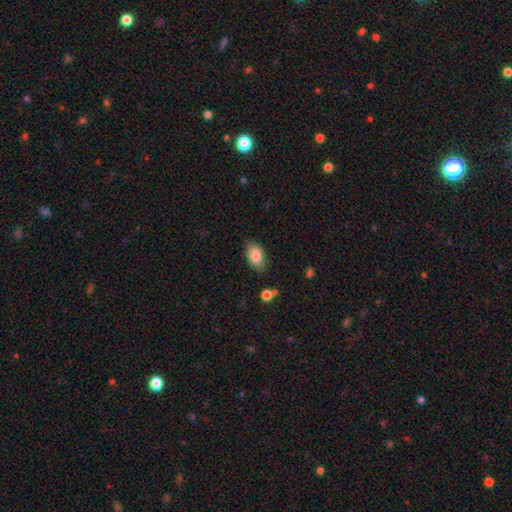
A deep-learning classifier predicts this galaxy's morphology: This is clearly a smooth galaxy (83%). How rounded: clearly in between (91%). Merging: clearly none (81%).